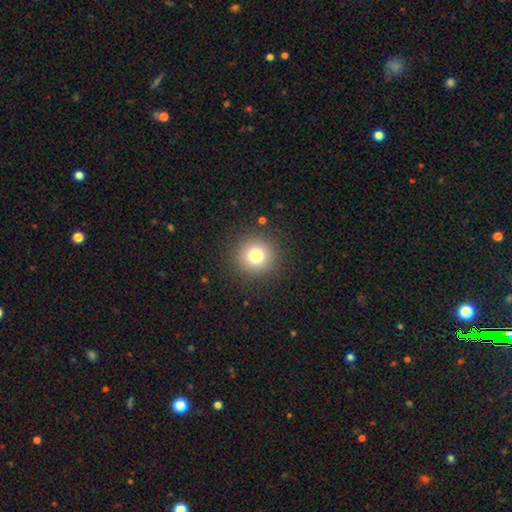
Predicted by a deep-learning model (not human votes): Smooth or featured: smooth — 78% (star or artifact — 13%)
How rounded: round — 95% (in between — 4%)
Merging: none — 90% (minor disturbance — 6%)